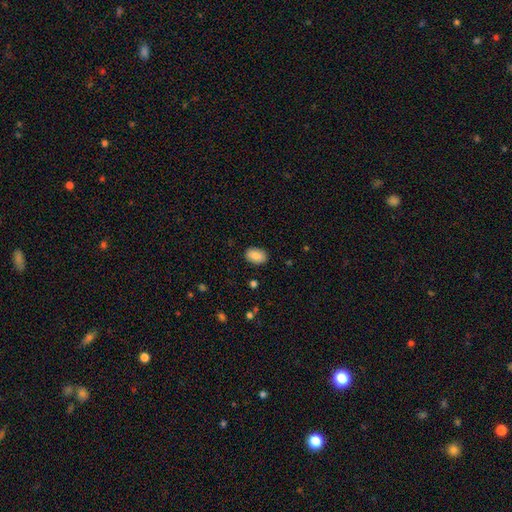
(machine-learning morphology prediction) This appears to be a smooth galaxy with no disk features (87%) that is in between round and cigar-shaped (88%). Merging: none (88%).